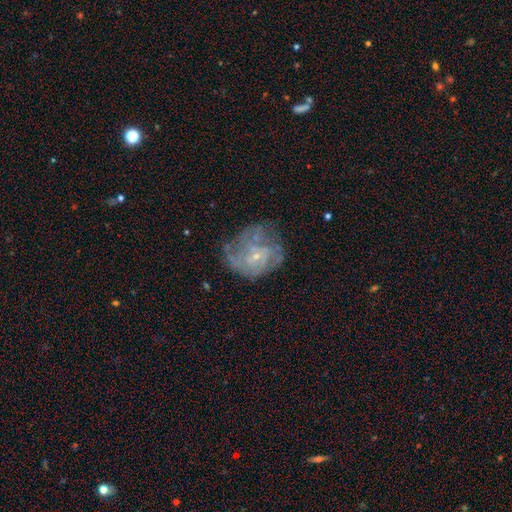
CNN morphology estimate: Smooth or featured? Predicted: featured or disk (p=0.70). Edge-on disk? Predicted: no (p=0.98). Bar? Predicted: no (p=0.69). Spiral arms? Predicted: yes (p=0.67). Bulge size? Predicted: small (p=0.78). Merging? Predicted: none (p=0.51).